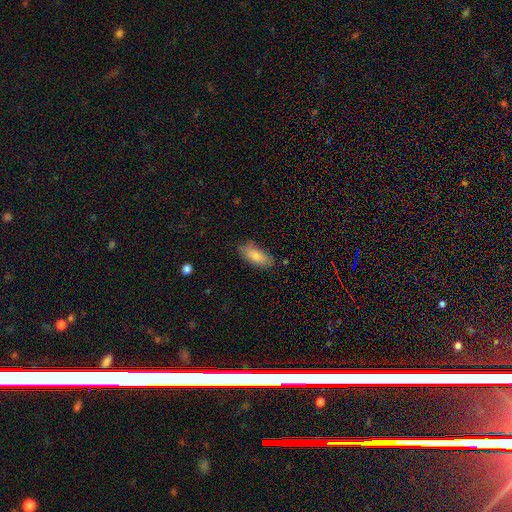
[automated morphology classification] Smooth or featured?
  - smooth: 79% *
  - featured or disk: 14%
  - star or artifact: 7%
How rounded?
  - in between: 80% *
  - cigar-shaped: 18%
  - round: 2%
Merging?
  - none: 76% *
  - minor disturbance: 19%
  - major disturbance: 3%
  - merger: 2%